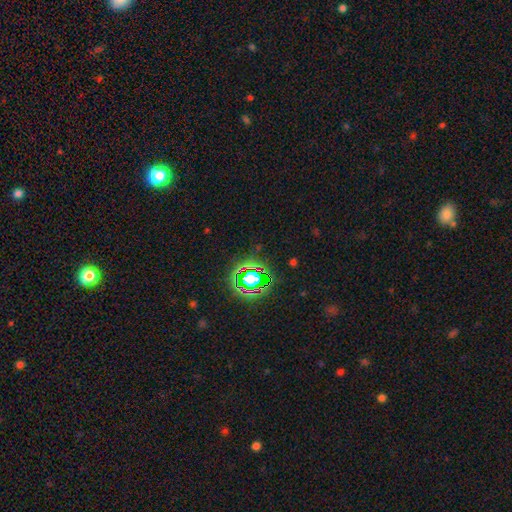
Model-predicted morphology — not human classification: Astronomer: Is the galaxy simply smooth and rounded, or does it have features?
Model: star or artifact — 77%.